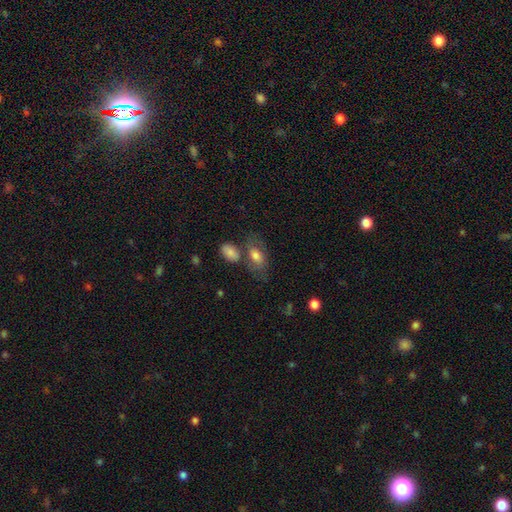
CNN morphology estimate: A smooth galaxy with no disk features (72%) that is in between round and cigar-shaped (89%).

Vote fractions:
- Smooth or featured? smooth: 72% / featured or disk: 20% / star or artifact: 8%
- How rounded? in between: 89% / round: 8% / cigar-shaped: 4%
- Merging? none: 52% / merger: 23% / minor disturbance: 17% / major disturbance: 9%